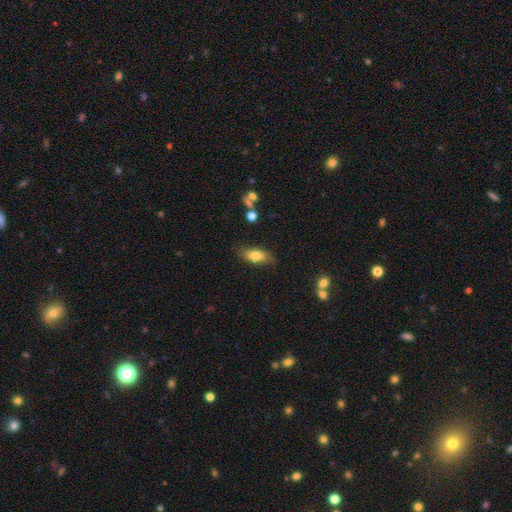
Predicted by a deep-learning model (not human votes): This appears to be a smooth galaxy with no disk features (78%) that is in between round and cigar-shaped (82%). Merging: none (77%).